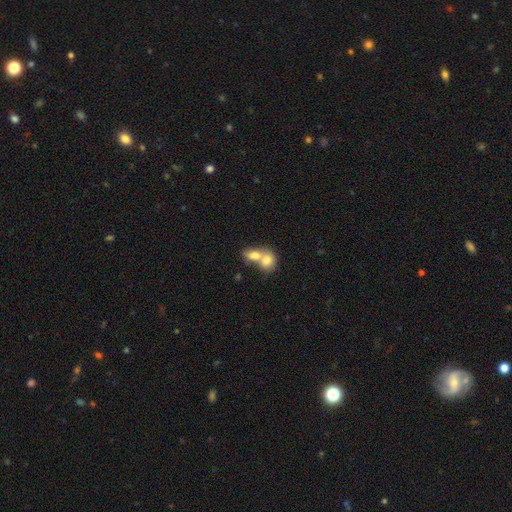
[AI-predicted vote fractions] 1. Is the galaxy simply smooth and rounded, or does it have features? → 74% smooth, 18% featured or disk, 8% star or artifact.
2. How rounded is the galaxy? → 64% in between, 34% round, 2% cigar-shaped.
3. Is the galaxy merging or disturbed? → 74% merger, 18% none, 5% minor disturbance, 3% major disturbance.